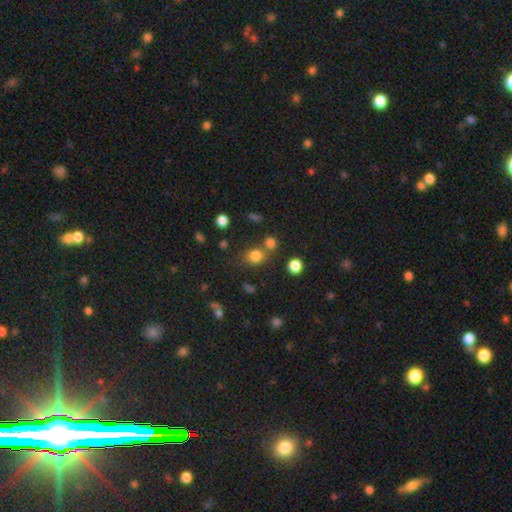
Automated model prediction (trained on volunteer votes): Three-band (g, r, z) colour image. It shows a smooth galaxy with no disk features (78%) that is round (68%). Merging: none (62%).